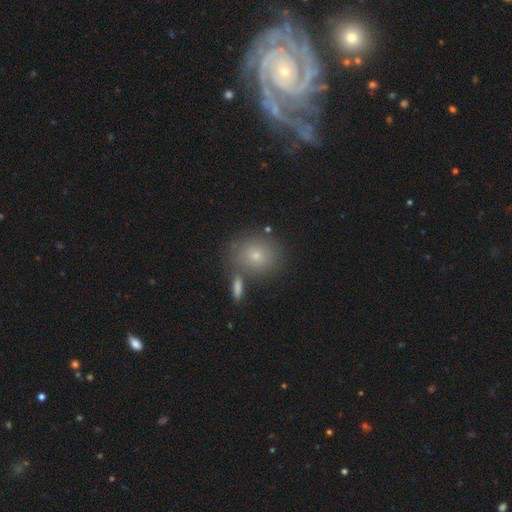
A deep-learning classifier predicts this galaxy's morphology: Smooth or featured? smooth (70%)
How rounded? round (73%)
Merging? none (72%)